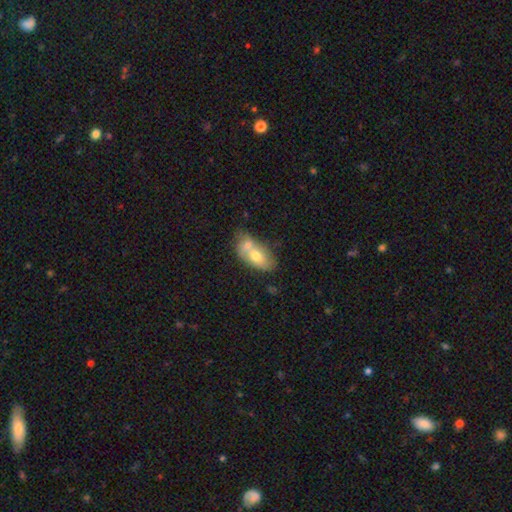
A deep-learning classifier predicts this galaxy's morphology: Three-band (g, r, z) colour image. It shows a smooth galaxy with no disk features (63%) that is in between round and cigar-shaped (85%). Merging: merger (61%).